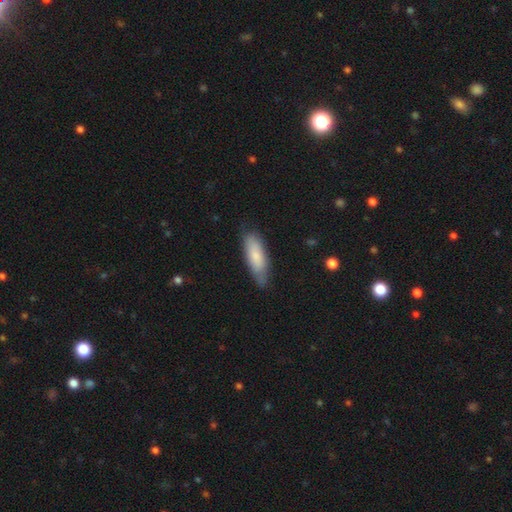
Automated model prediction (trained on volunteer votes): Smooth or featured?
  - smooth: 76% *
  - featured or disk: 18%
  - star or artifact: 6%
How rounded?
  - in between: 58% *
  - cigar-shaped: 40%
  - round: 2%
Merging?
  - none: 71% *
  - minor disturbance: 23%
  - major disturbance: 4%
  - merger: 2%